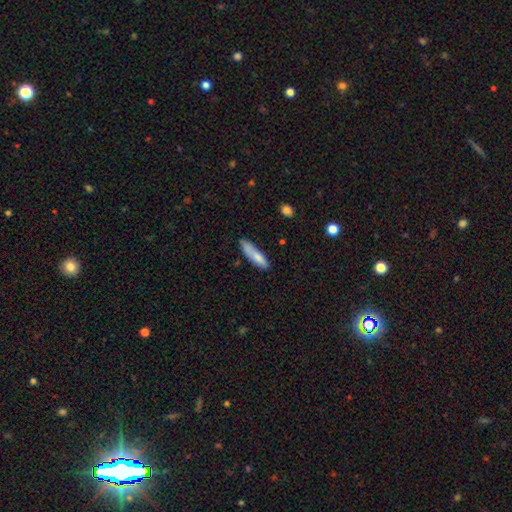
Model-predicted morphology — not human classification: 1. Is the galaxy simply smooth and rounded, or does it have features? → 78% smooth, 16% featured or disk, 6% star or artifact.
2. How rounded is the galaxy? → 69% cigar-shaped, 29% in between, 2% round.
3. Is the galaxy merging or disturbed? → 67% none, 24% minor disturbance, 5% major disturbance, 4% merger.